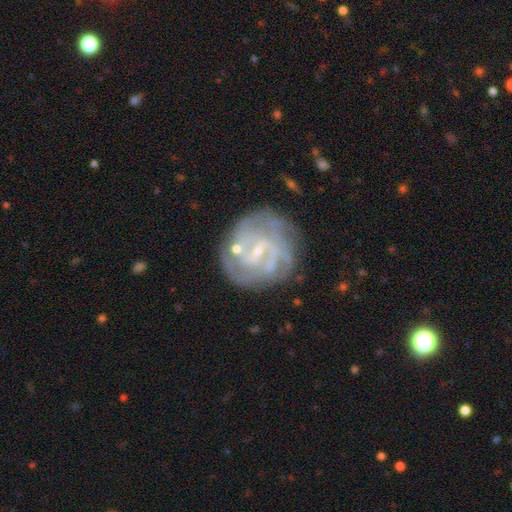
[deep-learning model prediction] Morphology: type=featured or disk (77%); edge-on=no (97%); bar=weak (48%); spiral arms=yes (84%); winding=tight (61%); arm count=can't tell (39%); bulge=small (67%); merging=none (68%).